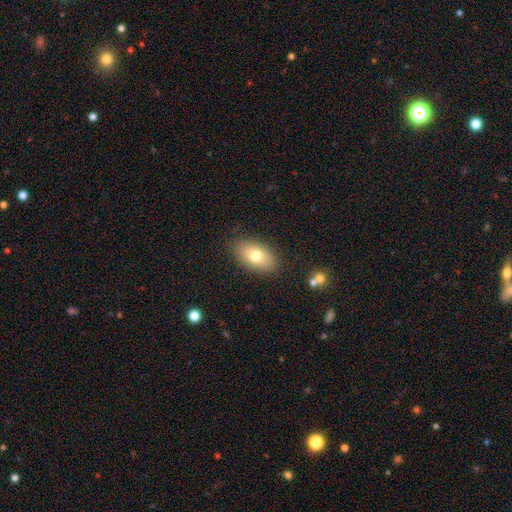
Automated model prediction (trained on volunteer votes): smooth_or_featured: smooth (p=0.73) [alt: featured or disk p=0.18]
how_rounded: in between (p=0.91) [alt: round p=0.07]
merging: none (p=0.86) [alt: minor disturbance p=0.10]